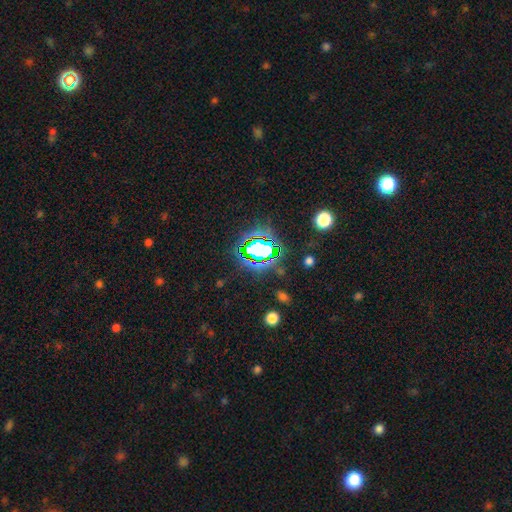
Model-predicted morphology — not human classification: The model was most divided on "smooth or featured": star or artifact: 77%, smooth: 14%, featured or disk: 9%.